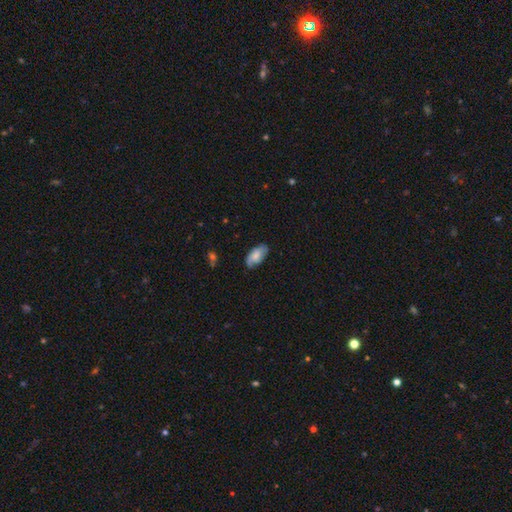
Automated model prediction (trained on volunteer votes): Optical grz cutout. It shows a smooth galaxy with no disk features (66%) that is in between round and cigar-shaped (93%). Merging: none (72%).